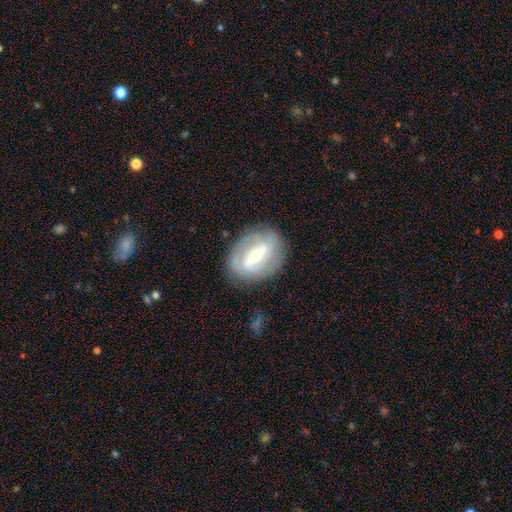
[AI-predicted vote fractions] smooth-or-featured: featured or disk: 76% | smooth: 18% | star or artifact: 6%
  disk-edge-on: no: 93% | yes: 7%
    bar: strong: 54% | weak: 34% | no: 12%
    has-spiral-arms: yes: 70% | no: 30%
    bulge-size: moderate: 63% | small: 31% | large: 5% | dominant: 1% | none: 1%
  merging: none: 80% | minor disturbance: 14% | major disturbance: 5% | merger: 1%